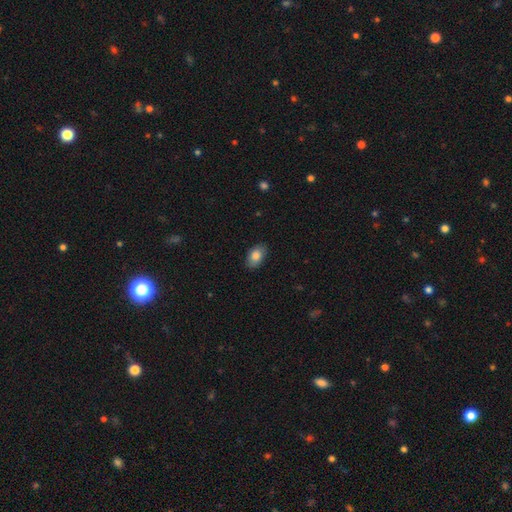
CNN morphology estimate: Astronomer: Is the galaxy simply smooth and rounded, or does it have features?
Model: smooth — 84%.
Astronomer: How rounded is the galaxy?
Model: in between — 89%.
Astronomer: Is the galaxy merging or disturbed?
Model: none — 86%.